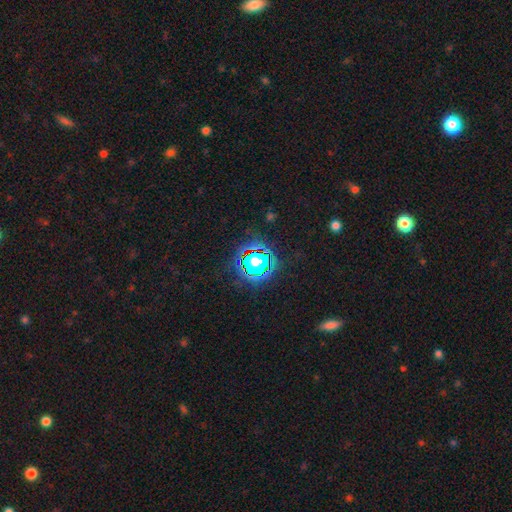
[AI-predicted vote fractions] Smooth or featured: star or artifact — 81% (smooth — 12%)